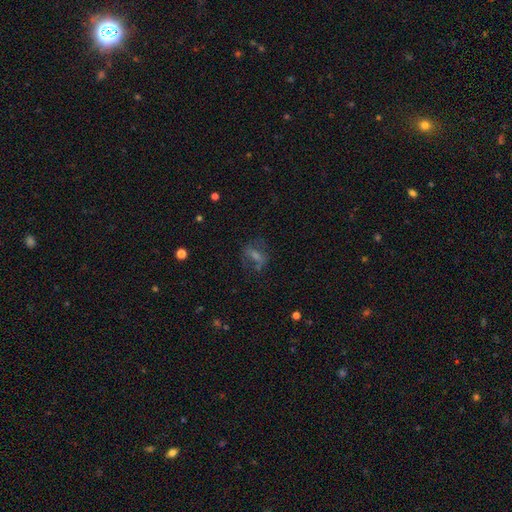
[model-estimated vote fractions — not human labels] The model was most divided on "smooth or featured": featured or disk: 42%, smooth: 34%, star or artifact: 25%. More confident: merging — none (64%).